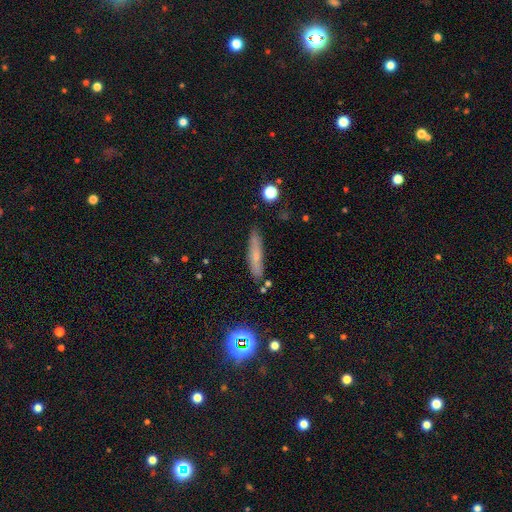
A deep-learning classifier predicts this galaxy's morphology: Smooth or featured? Predicted: smooth (p=0.59). How rounded? Predicted: cigar-shaped (p=0.84). Merging? Predicted: none (p=0.81).